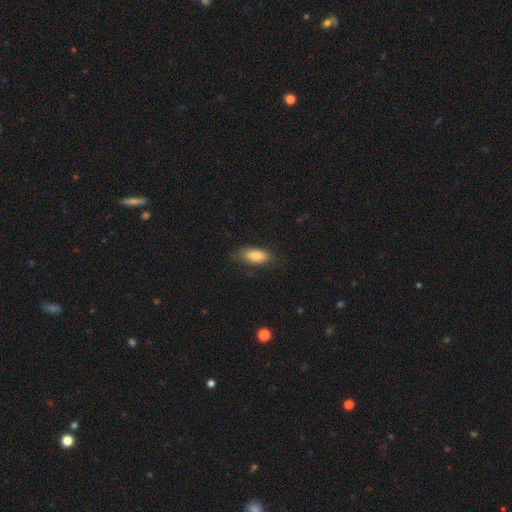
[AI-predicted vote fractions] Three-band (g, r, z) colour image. It shows a smooth galaxy with no disk features (84%) that is in between round and cigar-shaped (85%). Merging: none (78%).